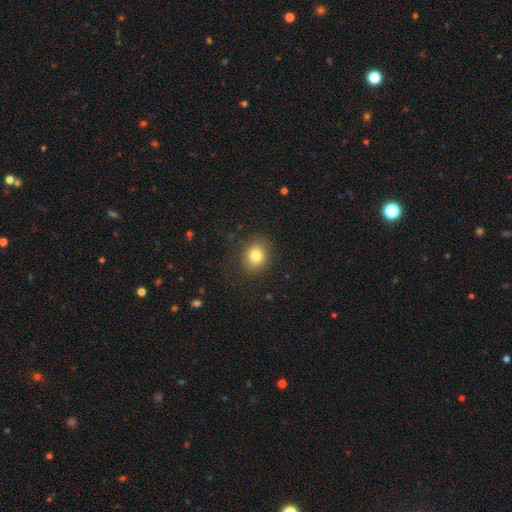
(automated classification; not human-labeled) Overall: smooth (81%). How rounded: round (62%; in between 38%). Merging: none (85%).